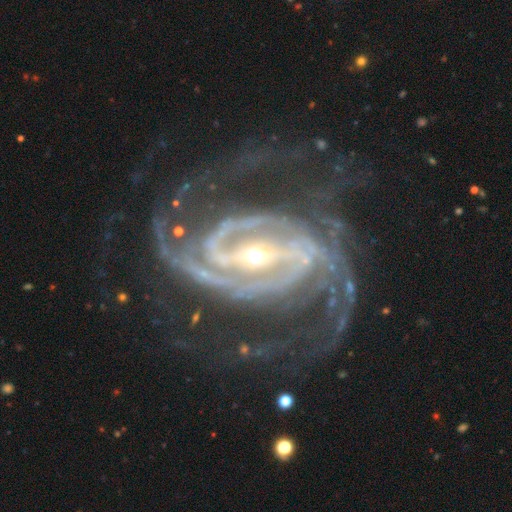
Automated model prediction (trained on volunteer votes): smooth-or-featured: featured or disk: 93% | star or artifact: 5% | smooth: 2%
  disk-edge-on: no: 97% | yes: 3%
    bar: strong: 68% | weak: 23% | no: 9%
    has-spiral-arms: yes: 98% | no: 2%
      spiral-winding: medium: 45% (tied) | tight: 45% (tied) | loose: 10%
      spiral-arm-count: 2: 40% | 3: 21% | 4: 13% | can't tell: 11% | more than 4: 8% | 1: 7%
    bulge-size: small: 69% | moderate: 27% | large: 2% | none: 1% | dominant: 1%
  merging: none: 64% | major disturbance: 19% | minor disturbance: 15% | merger: 2%